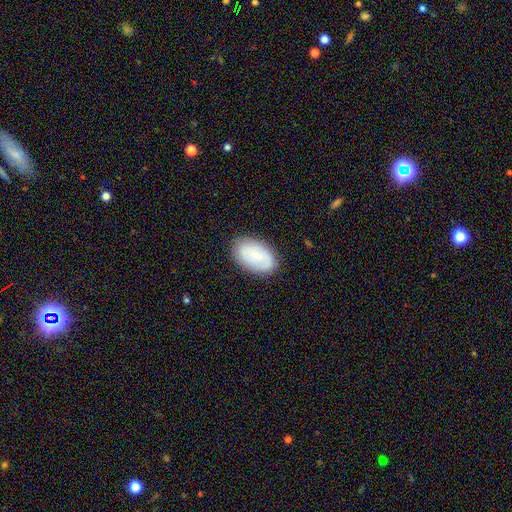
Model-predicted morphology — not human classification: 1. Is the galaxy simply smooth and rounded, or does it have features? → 54% smooth, 40% featured or disk, 7% star or artifact.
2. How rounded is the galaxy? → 91% in between, 8% round, 1% cigar-shaped.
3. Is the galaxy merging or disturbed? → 83% none, 13% minor disturbance, 3% major disturbance, 1% merger.